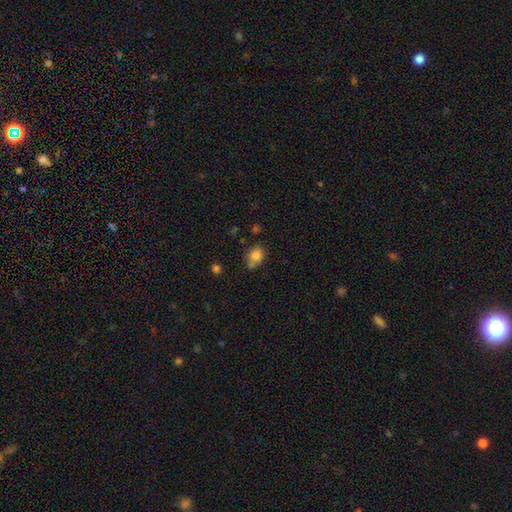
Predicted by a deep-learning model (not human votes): Smooth or featured? smooth (83%)
How rounded? in between (62%)
Merging? none (57%)